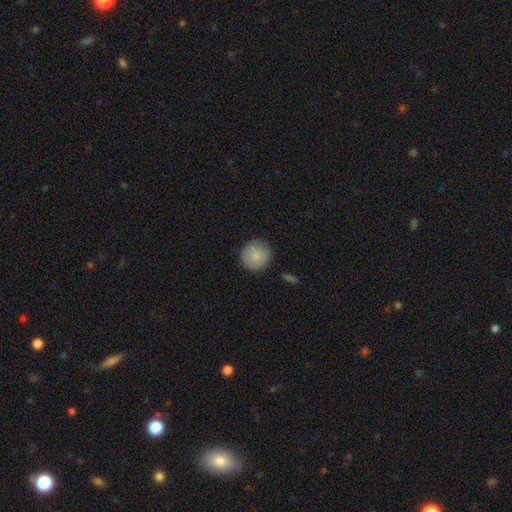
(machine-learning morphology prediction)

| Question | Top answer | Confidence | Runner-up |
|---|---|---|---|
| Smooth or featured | smooth | 83% | featured or disk (10%) |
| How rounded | round | 94% | in between (5%) |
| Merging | none | 86% | minor disturbance (10%) |